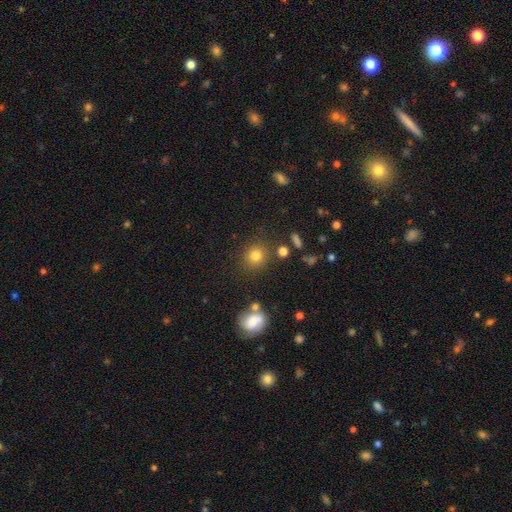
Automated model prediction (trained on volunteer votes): Smooth or featured? Predicted: smooth (p=0.80). How rounded? Predicted: round (p=0.85). Merging? Predicted: none (p=0.82).